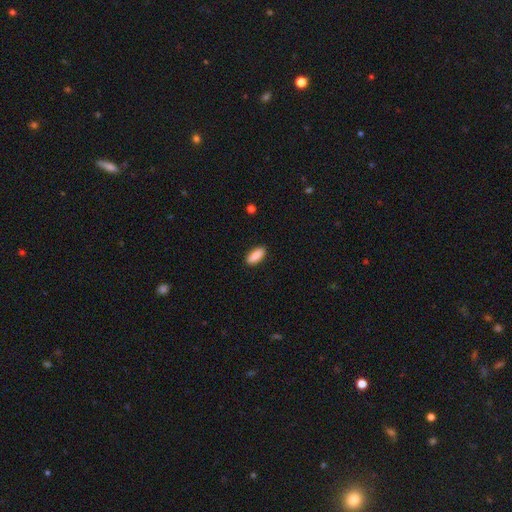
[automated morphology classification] A smooth galaxy with no disk features (90%) that is in between round and cigar-shaped (83%).

Vote fractions:
- Smooth or featured? smooth: 90% / star or artifact: 6% / featured or disk: 4%
- How rounded? in between: 83% / cigar-shaped: 15% / round: 2%
- Merging? none: 89% / minor disturbance: 8% / major disturbance: 2% / merger: 1%